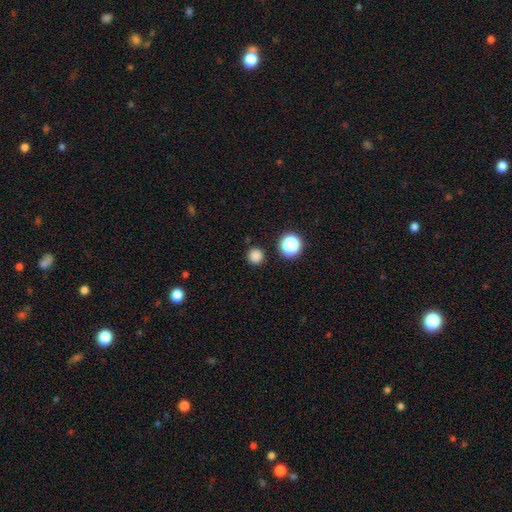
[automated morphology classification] type=smooth (82%); roundness=round (95%); merging=none (90%).